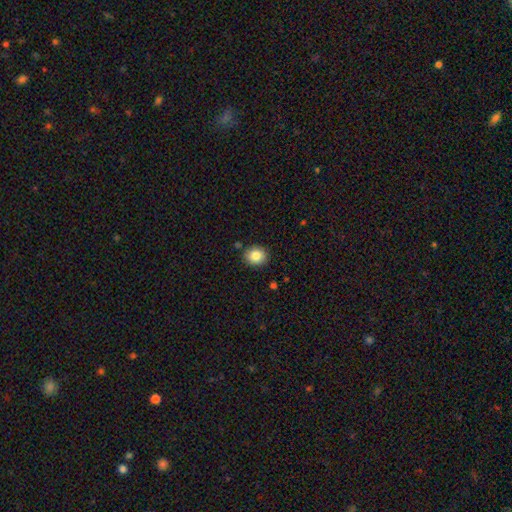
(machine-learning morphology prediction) The model was most divided on "how rounded": round: 73%, in between: 27%, cigar-shaped: 1%. More confident: merging — none (88%); smooth or featured — smooth (84%).